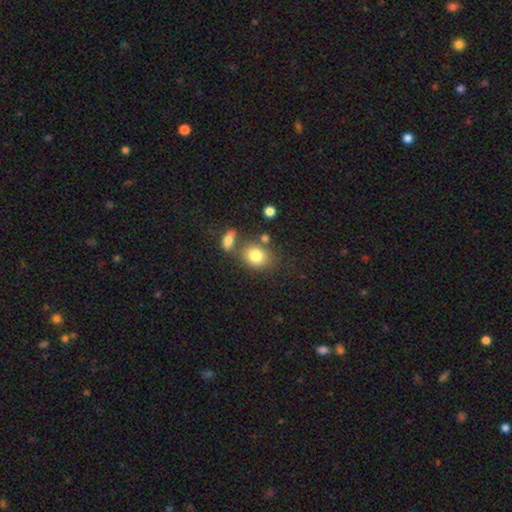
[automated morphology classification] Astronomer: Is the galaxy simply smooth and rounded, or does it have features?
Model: smooth — 80%.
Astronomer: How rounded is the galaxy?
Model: round — 54% (runner-up: in between, 45%).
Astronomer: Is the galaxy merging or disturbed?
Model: none — 61%.